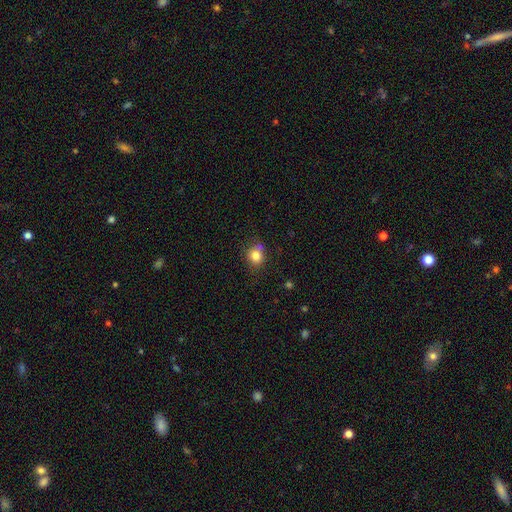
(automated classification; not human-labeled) Smooth or featured: smooth — 81% (star or artifact — 11%)
How rounded: round — 78% (in between — 21%)
Merging: none — 68% (minor disturbance — 18%)